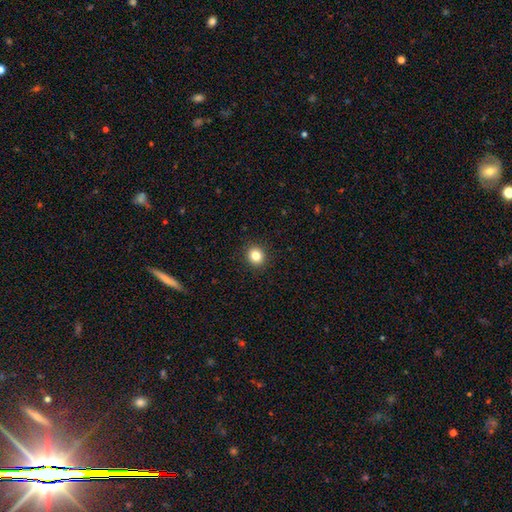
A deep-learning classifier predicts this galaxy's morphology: Overall: smooth (83%). How rounded: round (77%). Merging: none (92%).